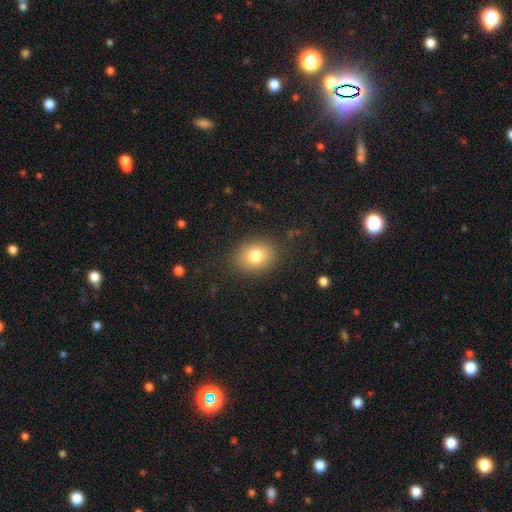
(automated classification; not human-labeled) Morphology: type=smooth (80%); roundness=in between (54%); merging=none (86%).